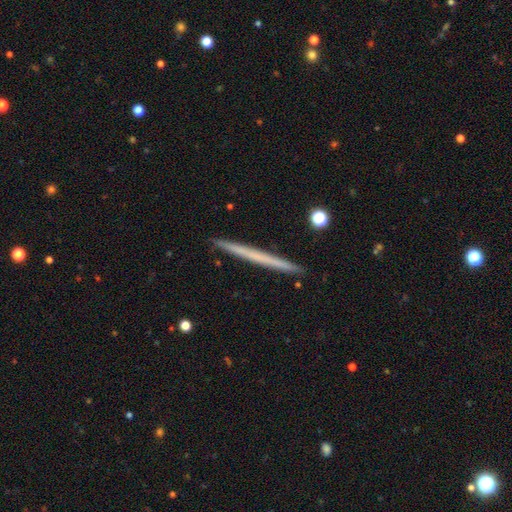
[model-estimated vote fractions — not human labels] Smooth or featured: smooth — 49% (featured or disk — 46%)
Merging: none — 92% (minor disturbance — 6%)